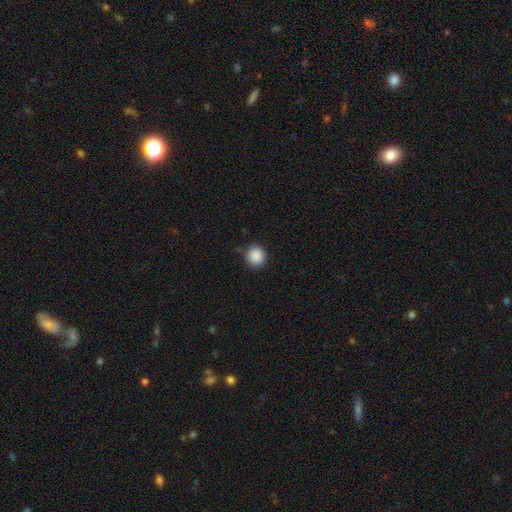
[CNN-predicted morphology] A smooth galaxy with no disk features (88%) that is round (87%). Merging: none (86%).